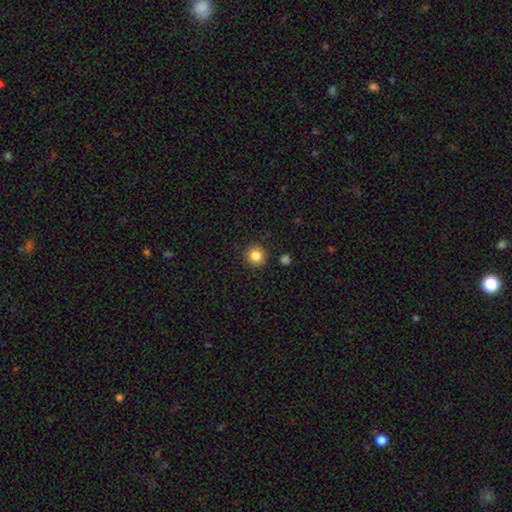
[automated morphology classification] smooth 84%, star or artifact 11%, featured or disk 4%. Down the decision tree: how rounded — round (92%); merging — none (89%).